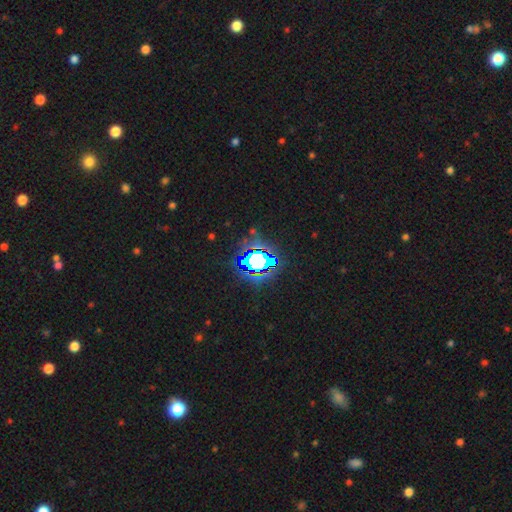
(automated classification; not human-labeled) Overall: star or artifact (61%; smooth 22%).